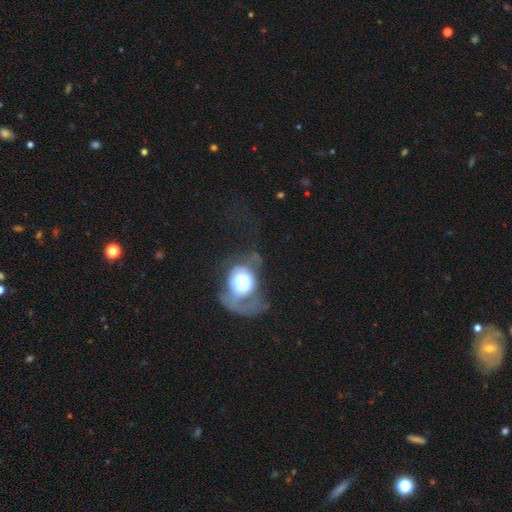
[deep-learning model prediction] Smooth or featured: featured or disk — 44% (smooth — 37%)
Merging: major disturbance — 51% (none — 27%)